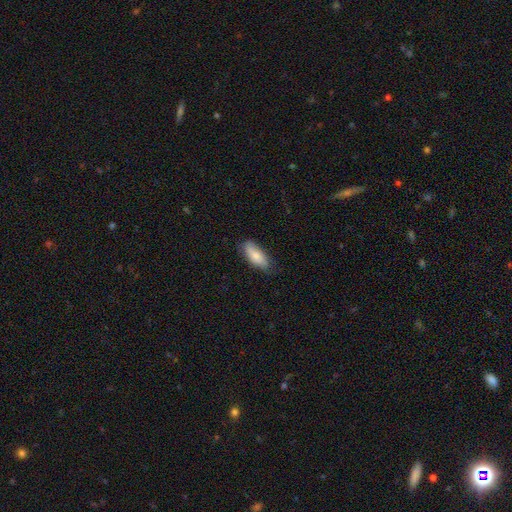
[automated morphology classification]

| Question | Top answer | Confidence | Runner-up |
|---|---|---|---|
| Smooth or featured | smooth | 77% | featured or disk (17%) |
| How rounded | in between | 81% | cigar-shaped (17%) |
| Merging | none | 73% | minor disturbance (22%) |